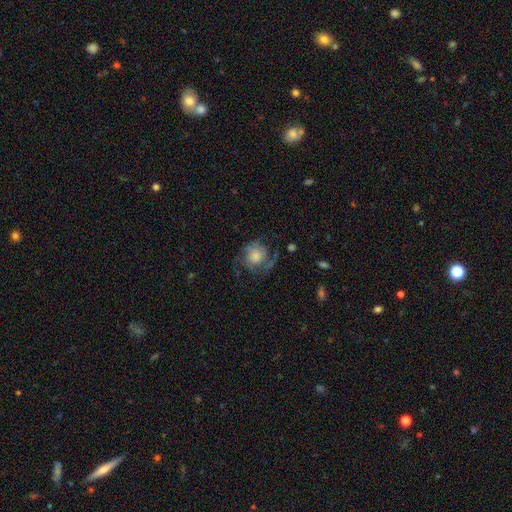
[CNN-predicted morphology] smooth-or-featured: featured or disk: 62% | smooth: 30% | star or artifact: 8%
  disk-edge-on: no: 98% | yes: 2%
    bar: no: 77% | weak: 20% | strong: 3%
    has-spiral-arms: yes: 88% | no: 12%
      spiral-winding: medium: 45% | loose: 28% | tight: 27%
      spiral-arm-count: 2: 52% | can't tell: 17% | 3: 14% | 1: 9% | 4: 4% | more than 4: 4%
    bulge-size: moderate: 33% | large: 32% | small: 18% | none: 11% | dominant: 6%
  merging: none: 57% | major disturbance: 21% | minor disturbance: 20% | merger: 2%